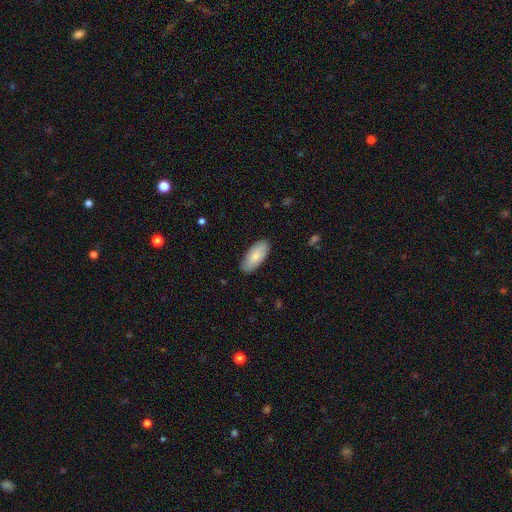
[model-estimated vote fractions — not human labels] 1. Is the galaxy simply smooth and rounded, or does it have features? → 82% smooth, 13% featured or disk, 5% star or artifact.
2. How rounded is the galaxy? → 89% in between, 9% cigar-shaped, 2% round.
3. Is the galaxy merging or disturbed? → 86% none, 11% minor disturbance, 2% major disturbance, 1% merger.